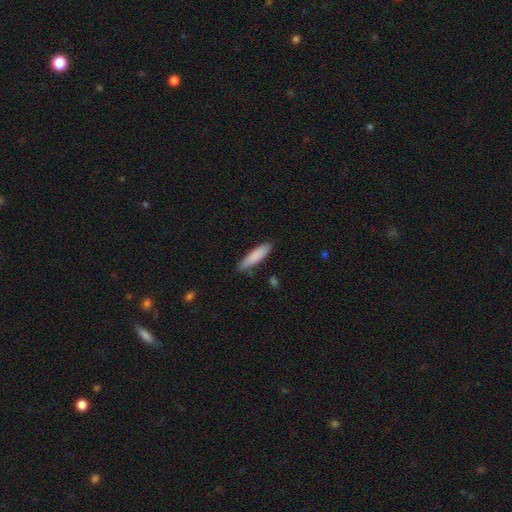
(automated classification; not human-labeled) A smooth galaxy with no disk features (85%) that is cigar-shaped (73%).

Vote fractions:
- Smooth or featured? smooth: 85% / featured or disk: 9% / star or artifact: 6%
- How rounded? cigar-shaped: 73% / in between: 26% / round: 1%
- Merging? none: 84% / minor disturbance: 12% / major disturbance: 2% / merger: 2%